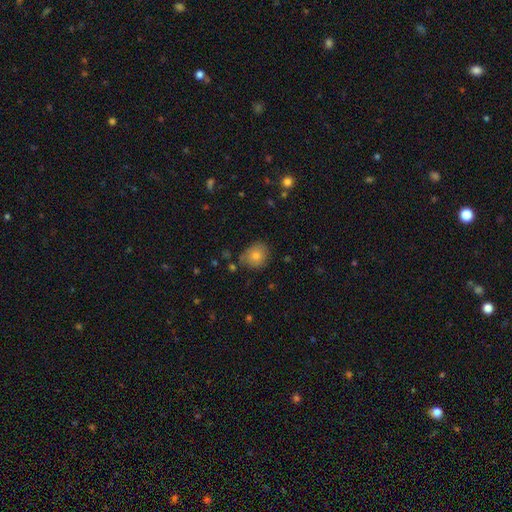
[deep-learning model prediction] Overall: smooth (80%). How rounded: round (71%). Merging: none (71%).